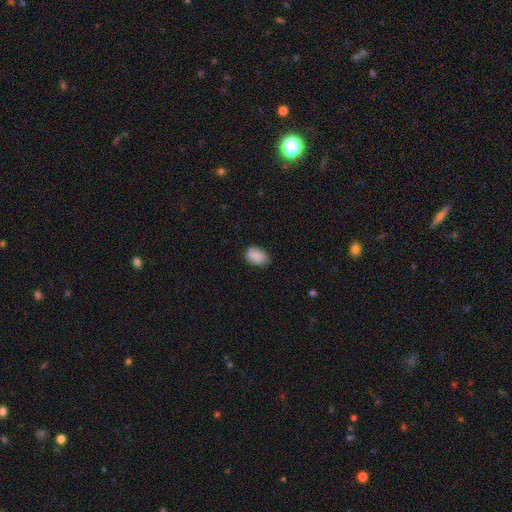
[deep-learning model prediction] Smooth or featured: smooth — 87% (star or artifact — 7%)
How rounded: in between — 85% (round — 14%)
Merging: none — 72% (minor disturbance — 23%)